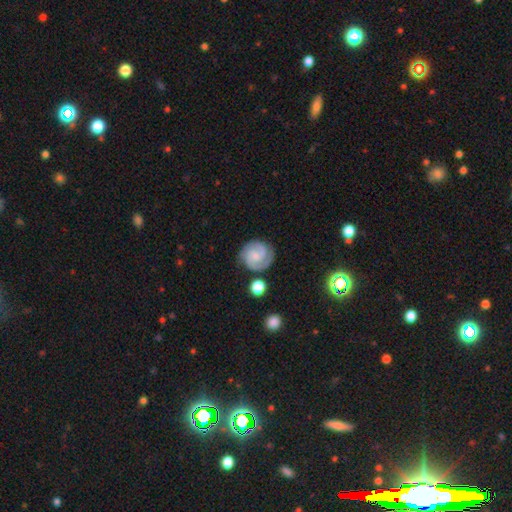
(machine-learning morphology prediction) Smooth or featured: featured or disk — 85% (smooth — 10%)
Edge-on disk: no — 98% (yes — 2%)
Bar: no — 57% (weak — 35%)
Spiral arms: yes — 98% (no — 2%)
Spiral winding: tight — 61% (medium — 34%)
Spiral arm count: 2 — 76% (3 — 15%)
Bulge size: small — 52% (none — 23%)
Merging: none — 79% (minor disturbance — 13%)